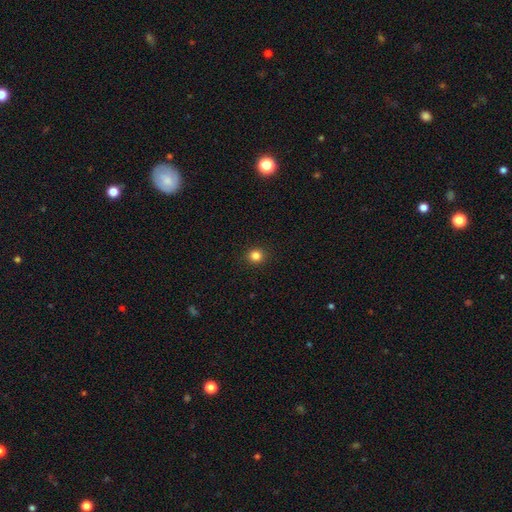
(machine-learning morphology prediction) Smooth or featured: smooth — 83% (star or artifact — 12%)
How rounded: round — 91% (in between — 8%)
Merging: none — 92% (minor disturbance — 5%)